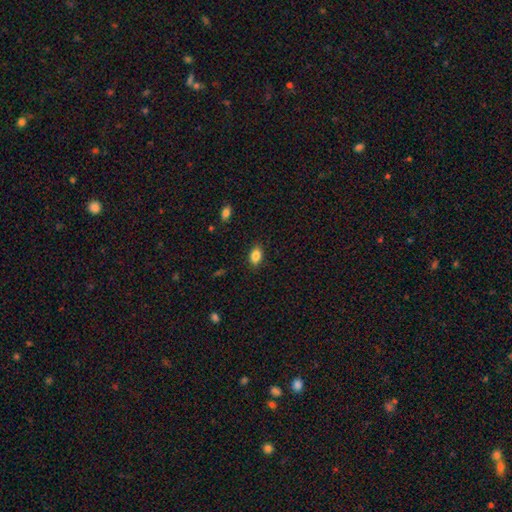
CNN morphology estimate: A smooth galaxy with no disk features (86%) that is in between round and cigar-shaped (83%). Merging: none (86%).